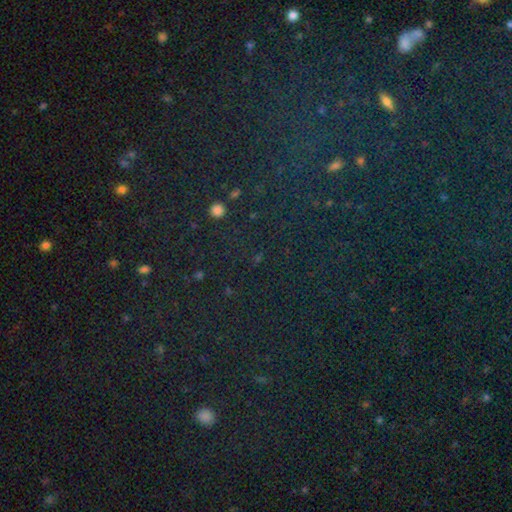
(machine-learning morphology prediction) Q: Smooth or featured?
A: star or artifact (80%); runner-up: smooth (12%)